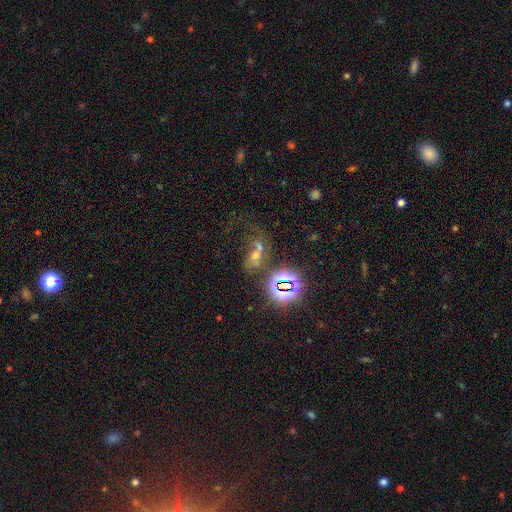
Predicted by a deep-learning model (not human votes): Morphology: type=star or artifact (40%).